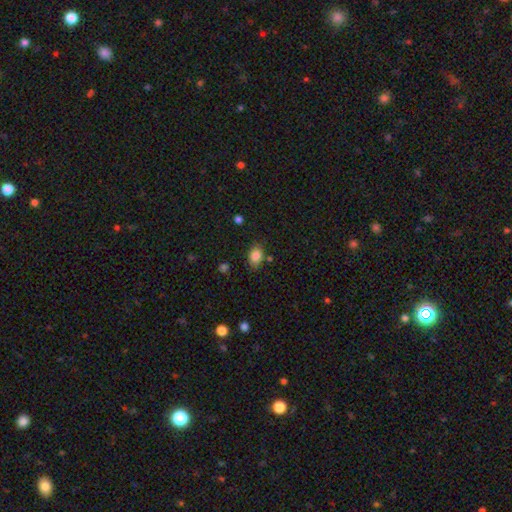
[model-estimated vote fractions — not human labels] Q: Smooth or featured?
A: smooth (85%); runner-up: star or artifact (9%)
Q: How rounded?
A: in between (78%); runner-up: round (21%)
Q: Merging?
A: none (79%); runner-up: minor disturbance (14%)